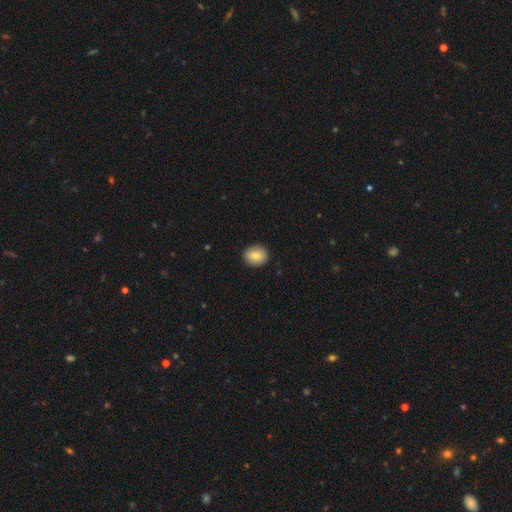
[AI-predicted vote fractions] This appears to be a smooth galaxy with no disk features (84%) that is round (72%). Merging: none (91%).